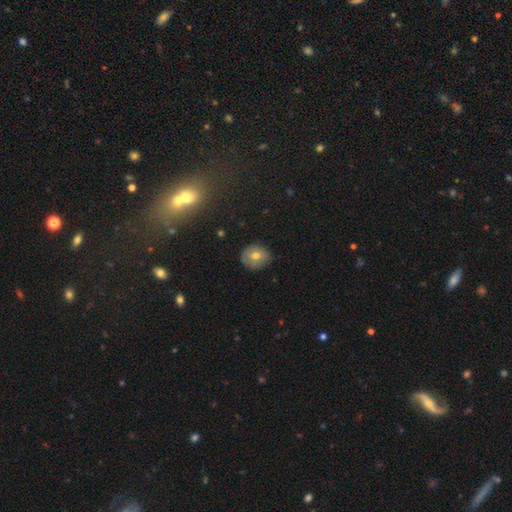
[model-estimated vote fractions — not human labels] Q: Smooth or featured?
A: smooth (68%); runner-up: featured or disk (22%)
Q: How rounded?
A: round (79%); runner-up: in between (20%)
Q: Merging?
A: none (75%); runner-up: minor disturbance (20%)